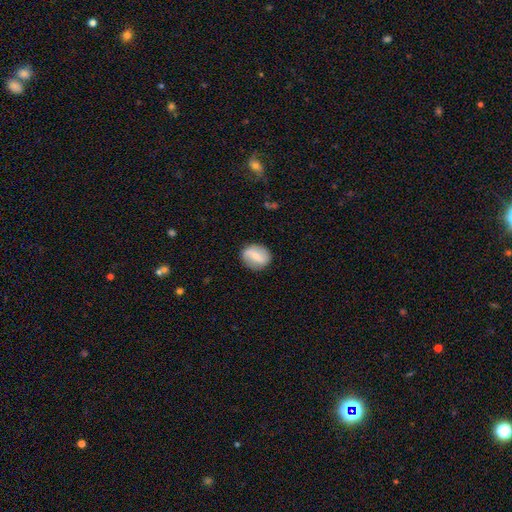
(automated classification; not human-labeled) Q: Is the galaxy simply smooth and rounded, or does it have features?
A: smooth — 52%.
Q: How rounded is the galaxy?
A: round — 53%.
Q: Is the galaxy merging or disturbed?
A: none — 83%.